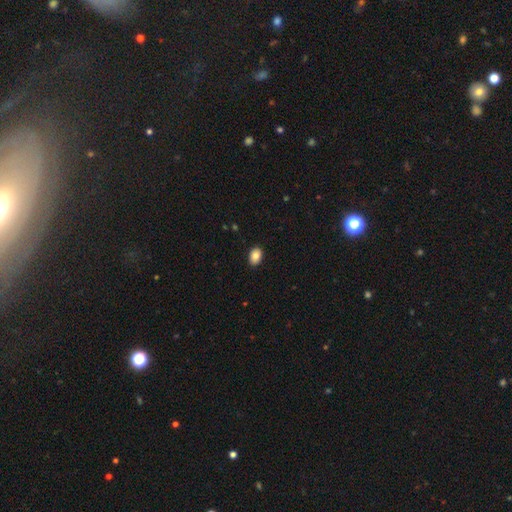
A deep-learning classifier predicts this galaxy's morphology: Smooth or featured? smooth (84%)
How rounded? in between (82%)
Merging? none (90%)